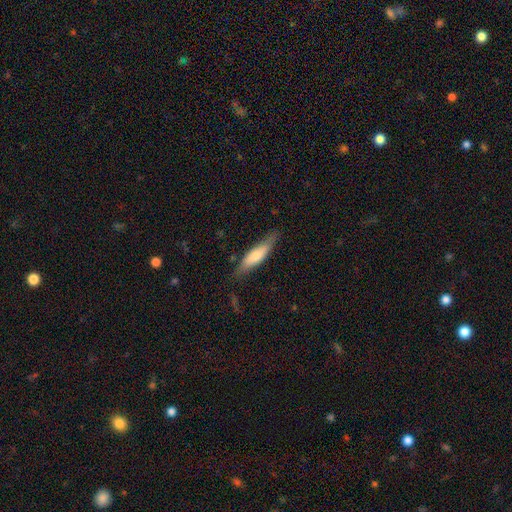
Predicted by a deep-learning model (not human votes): Q: Smooth or featured?
A: smooth (66%); runner-up: featured or disk (28%)
Q: How rounded?
A: cigar-shaped (67%); runner-up: in between (31%)
Q: Merging?
A: none (73%); runner-up: minor disturbance (21%)